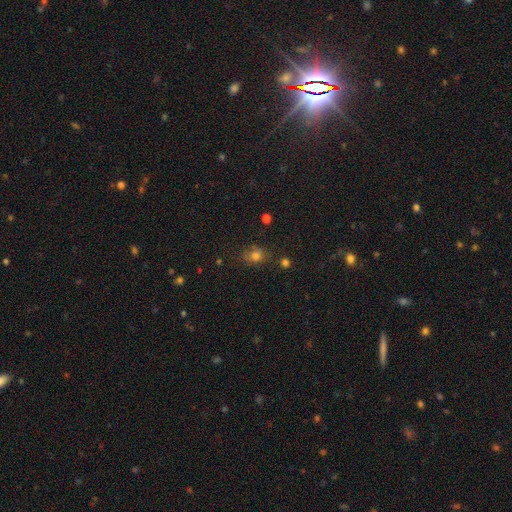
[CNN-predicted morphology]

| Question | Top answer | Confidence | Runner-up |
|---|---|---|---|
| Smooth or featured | smooth | 71% | star or artifact (18%) |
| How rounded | round | 54% | in between (45%) |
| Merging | none | 64% | minor disturbance (23%) |